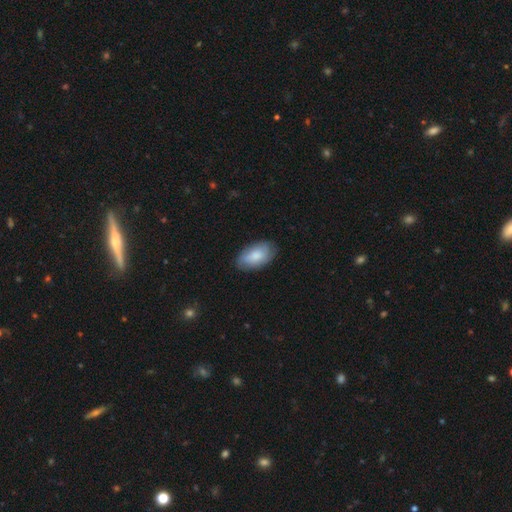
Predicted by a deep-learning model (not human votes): smooth 79%, featured or disk 16%, star or artifact 5%. Down the decision tree: how rounded — in between (94%); merging — none (79%).